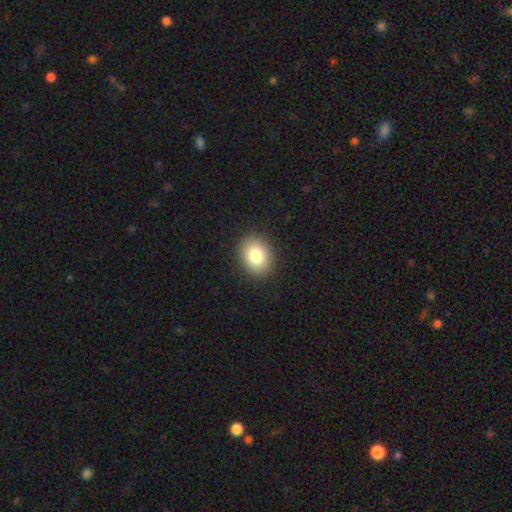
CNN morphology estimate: This appears to be a smooth galaxy with no disk features (83%) that is in between round and cigar-shaped (52%). Merging: none (90%).